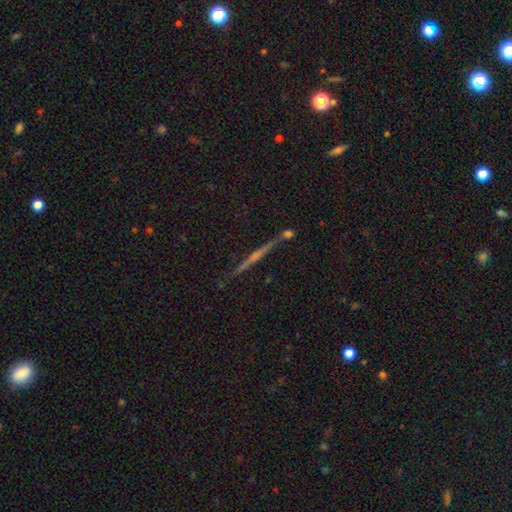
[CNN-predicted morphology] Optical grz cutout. It shows a featured or disk galaxy (72%) viewed edge-on (97%) with a rounded central bulge (60%). Merging: none (83%).